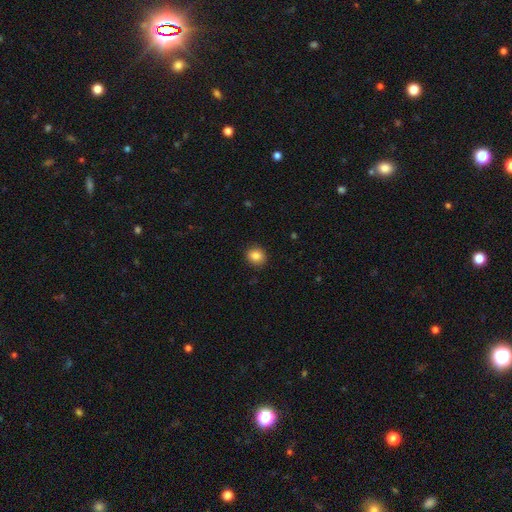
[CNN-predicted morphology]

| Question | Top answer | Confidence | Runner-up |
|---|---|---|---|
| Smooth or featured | smooth | 85% | star or artifact (10%) |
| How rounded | round | 77% | in between (22%) |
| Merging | none | 90% | minor disturbance (7%) |